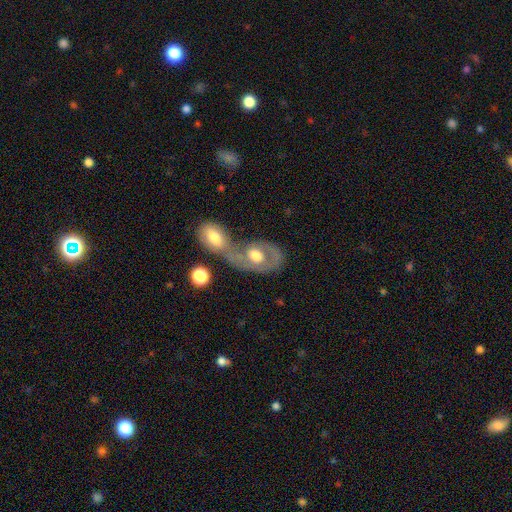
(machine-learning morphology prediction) Smooth or featured? featured or disk (54%)
Edge-on disk? no (93%)
Bar? no (79%)
Spiral arms? no (61%)
Bulge size? moderate (58%)
Merging? merger (57%)